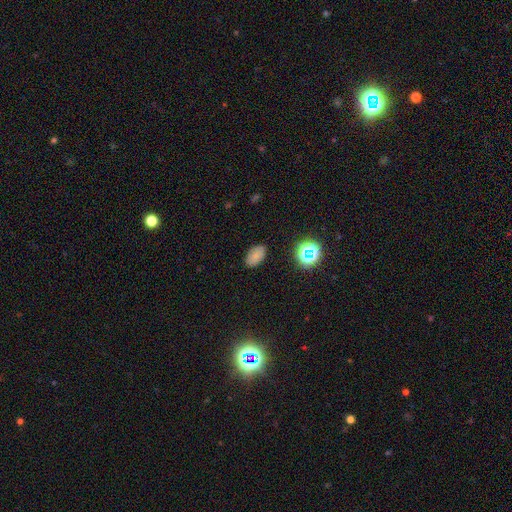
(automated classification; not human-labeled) Overall: smooth (77%). How rounded: in between (91%). Merging: none (86%).